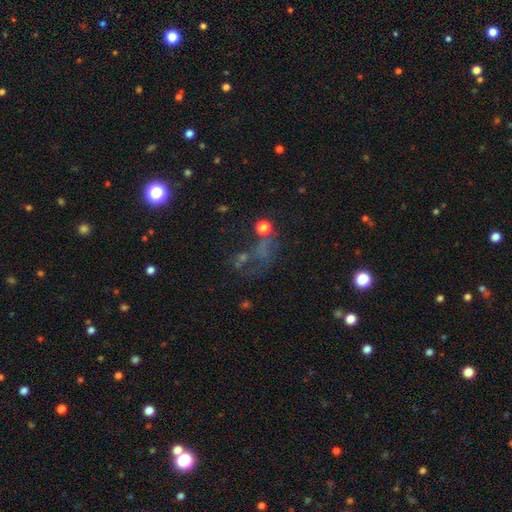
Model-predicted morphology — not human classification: Overall: star or artifact (44%; smooth 31%).